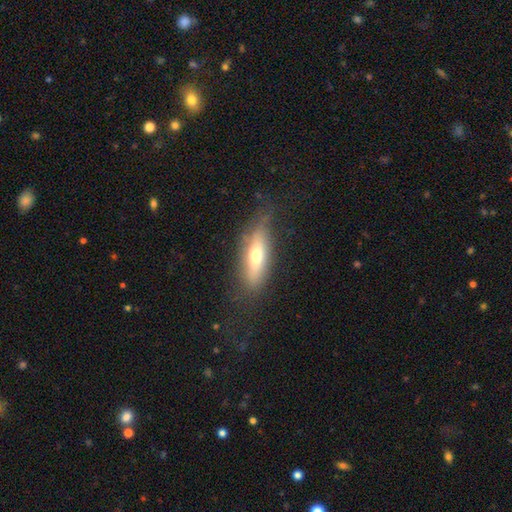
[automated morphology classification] Smooth or featured: smooth — 55% (featured or disk — 38%)
How rounded: in between — 49% (tied with cigar-shaped — 49%)
Merging: none — 68% (minor disturbance — 22%)